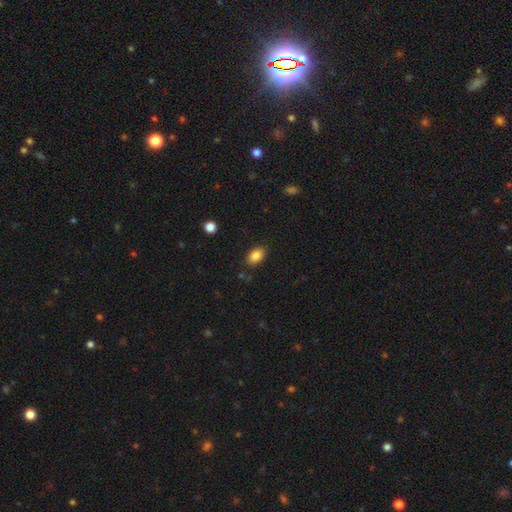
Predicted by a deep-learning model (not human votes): smooth_or_featured: smooth (p=0.86) [alt: star or artifact p=0.09]
how_rounded: in between (p=0.88) [alt: round p=0.10]
merging: none (p=0.85) [alt: minor disturbance p=0.11]